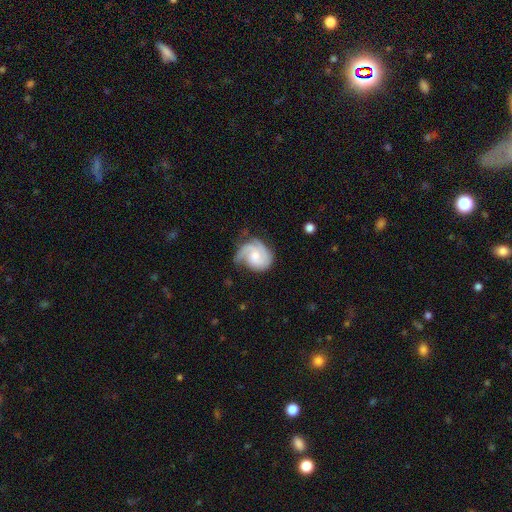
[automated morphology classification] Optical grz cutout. It shows a featured or disk galaxy (78%) with no bar (64%), 2 (40%) tight (45%) spiral arms (95%) and a moderate central bulge (46%). Merging: none (53%).